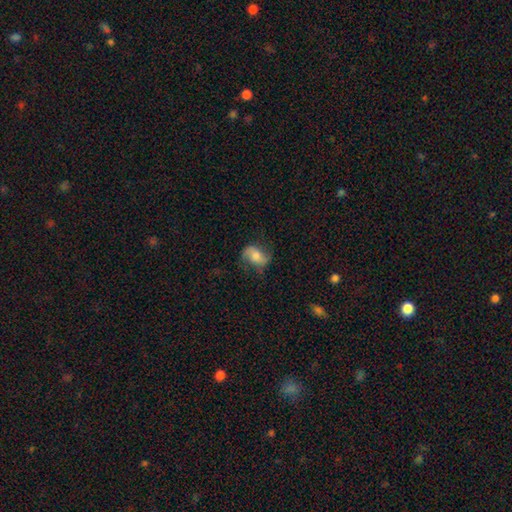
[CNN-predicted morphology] This is possibly a featured or disk galaxy (50%). Merging: likely none (66%).